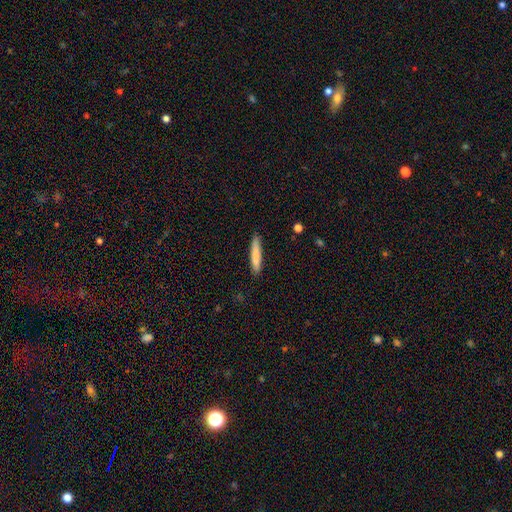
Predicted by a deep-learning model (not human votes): The model was most divided on "smooth or featured": smooth: 81%, featured or disk: 13%, star or artifact: 6%. More confident: how rounded — cigar-shaped (93%); merging — none (89%).